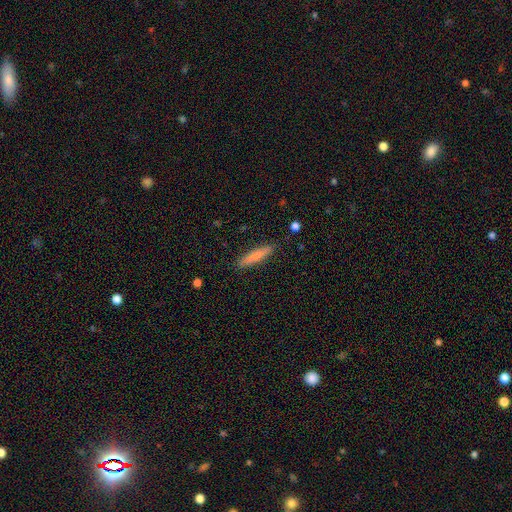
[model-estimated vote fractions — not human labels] smooth-or-featured: smooth: 77% | featured or disk: 17% | star or artifact: 6%
  how-rounded: cigar-shaped: 90% | in between: 9% | round: 1%
  merging: none: 89% | minor disturbance: 8% | major disturbance: 2% | merger: 1%